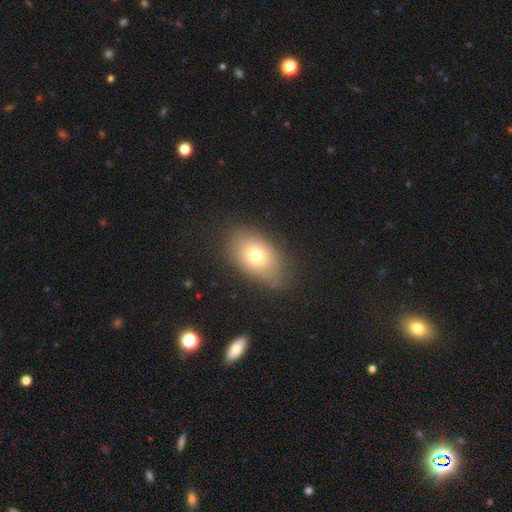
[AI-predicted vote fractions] A smooth galaxy with no disk features (73%) that is in between round and cigar-shaped (84%).

Vote fractions:
- Smooth or featured? smooth: 73% / featured or disk: 16% / star or artifact: 11%
- How rounded? in between: 84% / round: 14% / cigar-shaped: 2%
- Merging? none: 78% / minor disturbance: 16% / major disturbance: 5% / merger: 2%